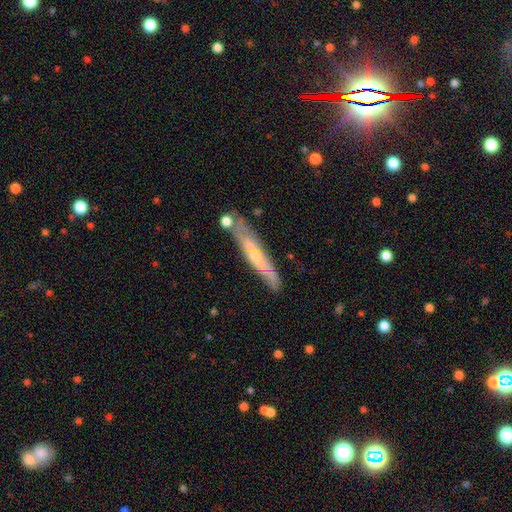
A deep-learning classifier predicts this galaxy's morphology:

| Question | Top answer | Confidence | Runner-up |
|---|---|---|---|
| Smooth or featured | featured or disk | 59% | smooth (34%) |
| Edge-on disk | yes | 68% | no (32%) |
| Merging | none | 69% | minor disturbance (19%) |